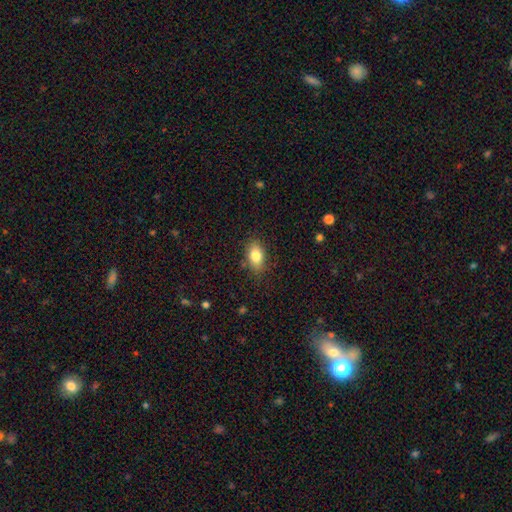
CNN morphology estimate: Smooth or featured? Predicted: smooth (p=0.82). How rounded? Predicted: in between (p=0.85). Merging? Predicted: none (p=0.82).